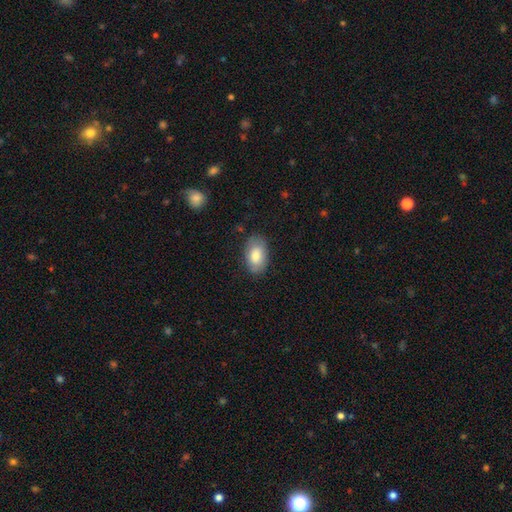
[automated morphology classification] Smooth or featured? smooth (79%)
How rounded? in between (93%)
Merging? none (80%)